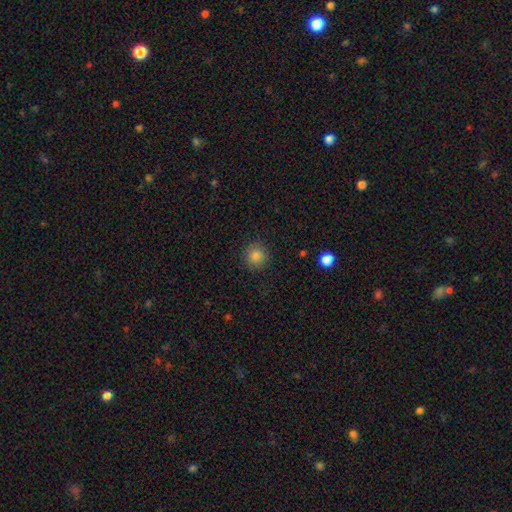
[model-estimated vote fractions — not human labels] Smooth or featured? smooth (84%)
How rounded? round (92%)
Merging? none (89%)